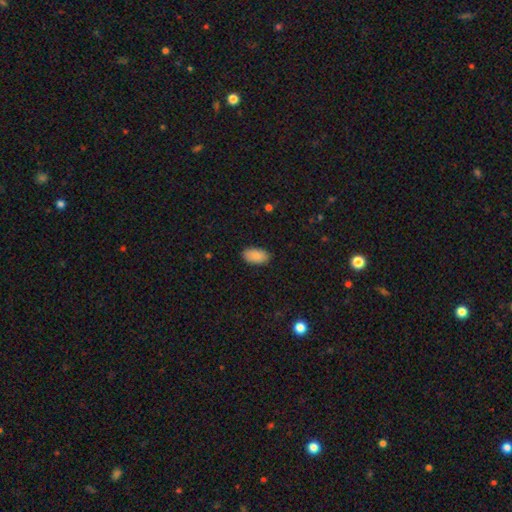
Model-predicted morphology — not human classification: Smooth or featured?
  - smooth: 89% *
  - star or artifact: 7%
  - featured or disk: 4%
How rounded?
  - in between: 95% *
  - round: 3%
  - cigar-shaped: 2%
Merging?
  - none: 87% *
  - minor disturbance: 9%
  - major disturbance: 2%
  - merger: 1%